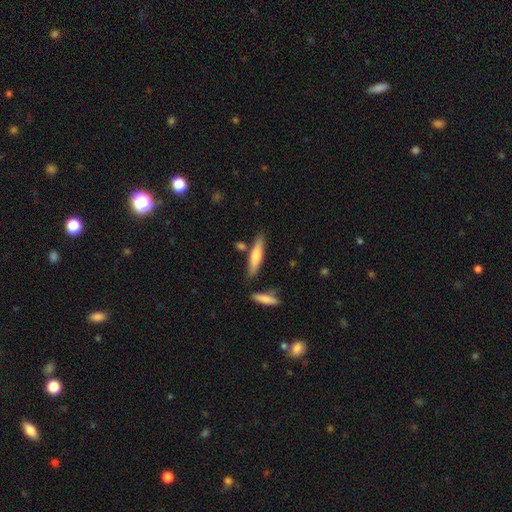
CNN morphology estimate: Smooth or featured? smooth (64%)
How rounded? cigar-shaped (82%)
Merging? none (79%)